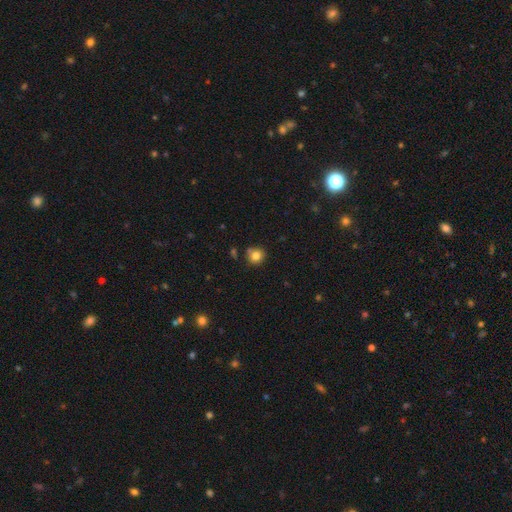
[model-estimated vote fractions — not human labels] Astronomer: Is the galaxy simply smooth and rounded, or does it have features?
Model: smooth — 81%.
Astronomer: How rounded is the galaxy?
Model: round — 89%.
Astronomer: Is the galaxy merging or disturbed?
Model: none — 76%.